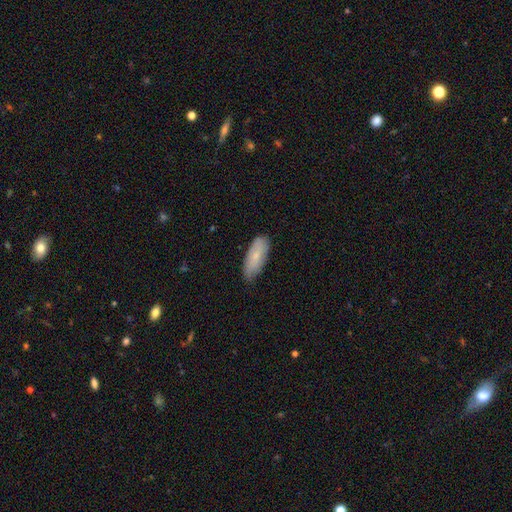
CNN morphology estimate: This is likely a smooth galaxy (72%). How rounded: likely in between (77%). Merging: likely none (71%).